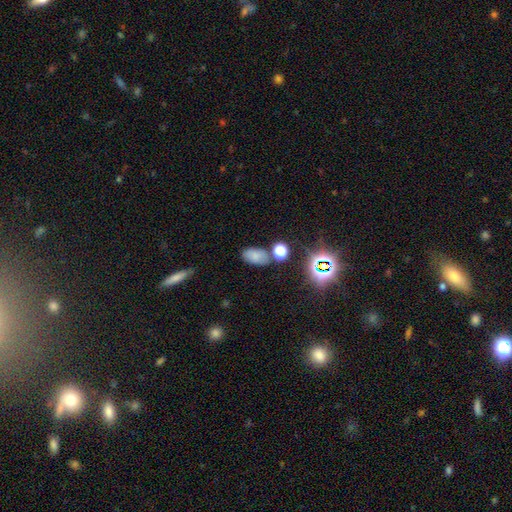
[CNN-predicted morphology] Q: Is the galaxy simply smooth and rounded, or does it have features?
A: smooth — 73%.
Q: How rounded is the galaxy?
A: in between — 91%.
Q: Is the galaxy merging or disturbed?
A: none — 71%.